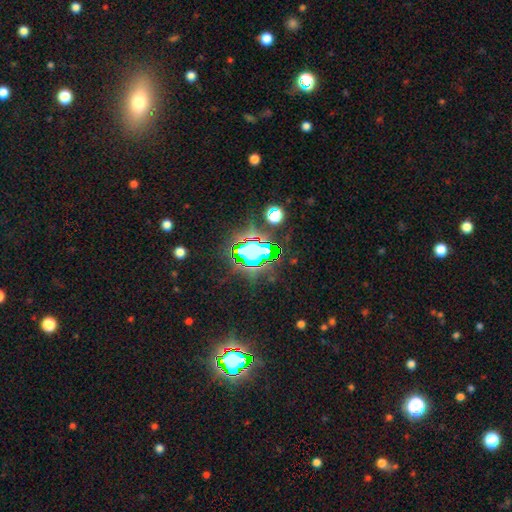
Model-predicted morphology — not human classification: smooth-or-featured: star or artifact: 82% | smooth: 10% | featured or disk: 8%